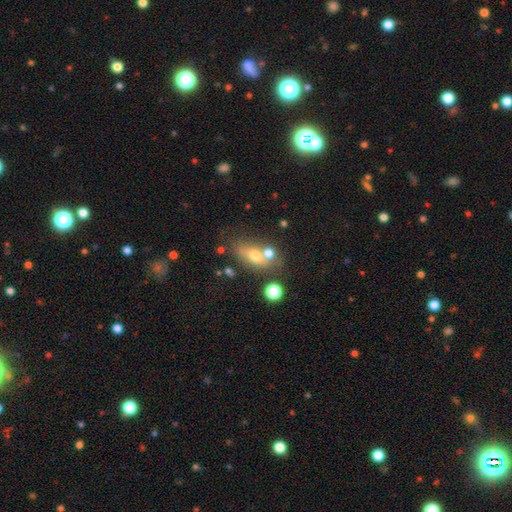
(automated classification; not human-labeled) Smooth or featured? Predicted: smooth (p=0.64). How rounded? Predicted: in between (p=0.70). Merging? Predicted: none (p=0.47).